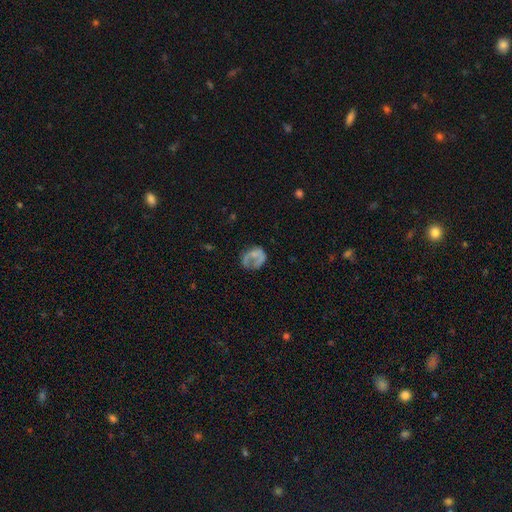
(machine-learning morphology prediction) The model was most divided on "smooth or featured": smooth: 46%, featured or disk: 42%, star or artifact: 12%. Remaining: merging — none (40%).